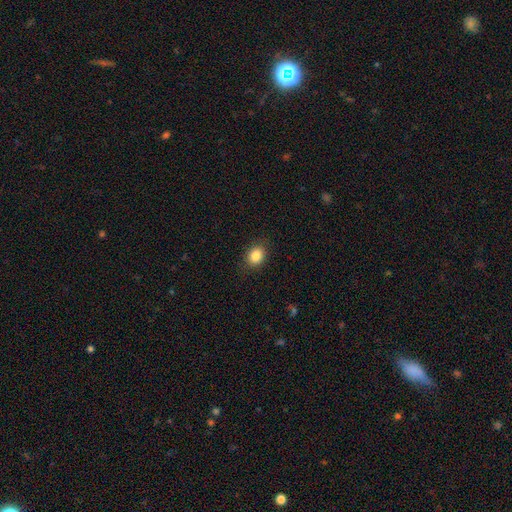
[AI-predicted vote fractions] Smooth or featured?
  - smooth: 85% *
  - star or artifact: 9%
  - featured or disk: 6%
How rounded?
  - in between: 52% *
  - round: 47%
  - cigar-shaped: 1%
Merging?
  - none: 87% *
  - minor disturbance: 10%
  - major disturbance: 3%
  - merger: 1%